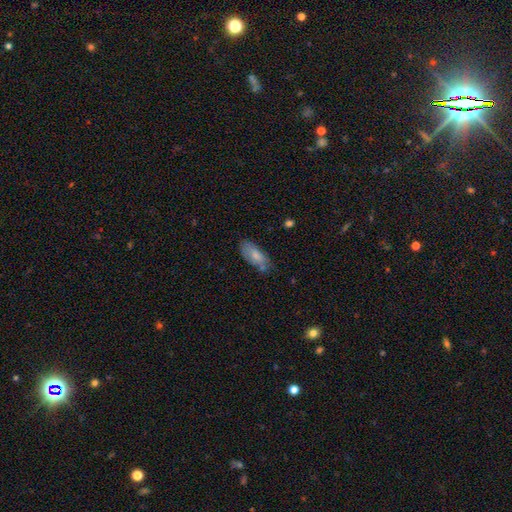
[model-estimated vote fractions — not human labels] This appears to be a smooth galaxy with no disk features (77%) that is in between round and cigar-shaped (83%). Merging: none (64%).